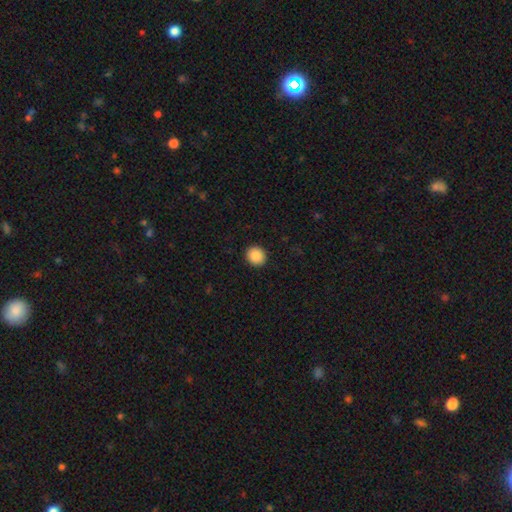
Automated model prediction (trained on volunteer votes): Q: Smooth or featured?
A: smooth (89%); runner-up: star or artifact (8%)
Q: How rounded?
A: round (86%); runner-up: in between (13%)
Q: Merging?
A: none (92%); runner-up: minor disturbance (5%)